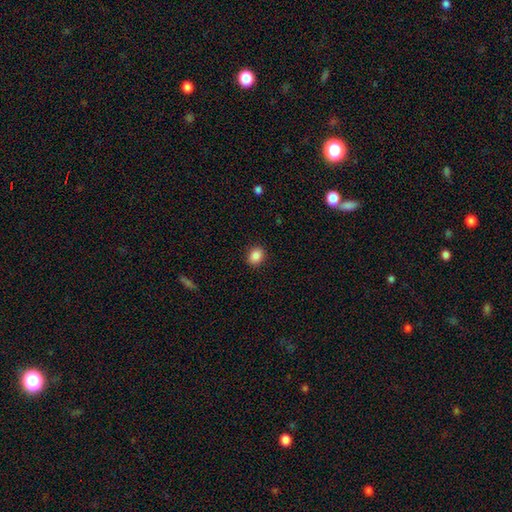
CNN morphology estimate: Smooth or featured?
  - smooth: 87% *
  - star or artifact: 9%
  - featured or disk: 3%
How rounded?
  - round: 56% *
  - in between: 43%
  - cigar-shaped: 1%
Merging?
  - none: 90% *
  - minor disturbance: 7%
  - major disturbance: 2%
  - merger: 1%